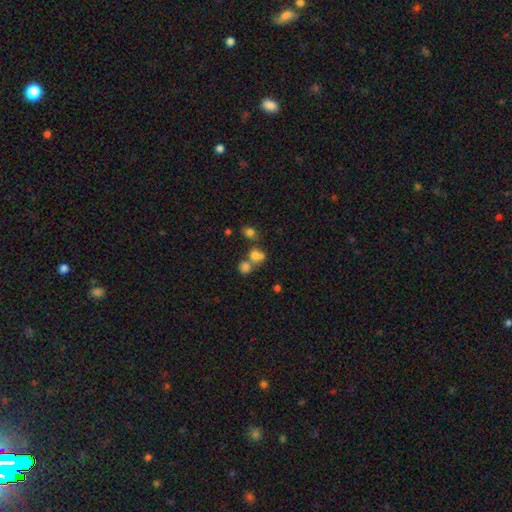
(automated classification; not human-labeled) Smooth or featured? smooth (71%)
How rounded? round (68%)
Merging? merger (50%)